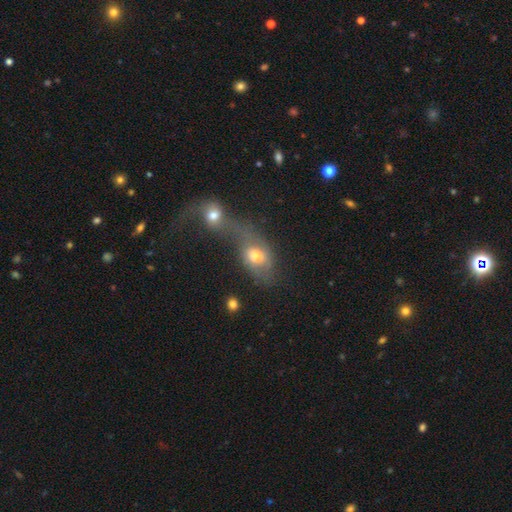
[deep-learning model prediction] smooth-or-featured: smooth: 64% | featured or disk: 24% | star or artifact: 12%
  how-rounded: in between: 67% | round: 30% | cigar-shaped: 3%
  merging: merger: 68% | none: 15% | major disturbance: 11% | minor disturbance: 7%